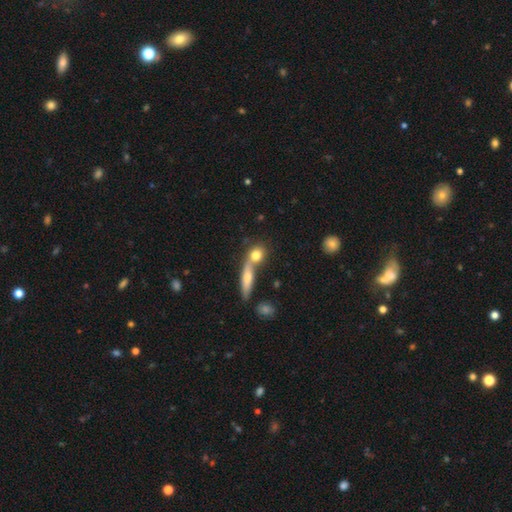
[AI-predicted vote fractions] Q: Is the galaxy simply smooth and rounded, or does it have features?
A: smooth — 73%.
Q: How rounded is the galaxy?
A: round — 57%.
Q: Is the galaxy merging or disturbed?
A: merger — 46%.